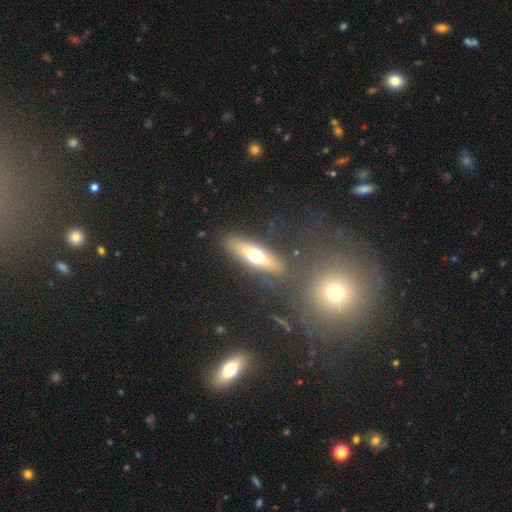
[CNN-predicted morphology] Smooth or featured: smooth — 51% (featured or disk — 41%)
How rounded: cigar-shaped — 60% (in between — 36%)
Merging: none — 84% (minor disturbance — 9%)